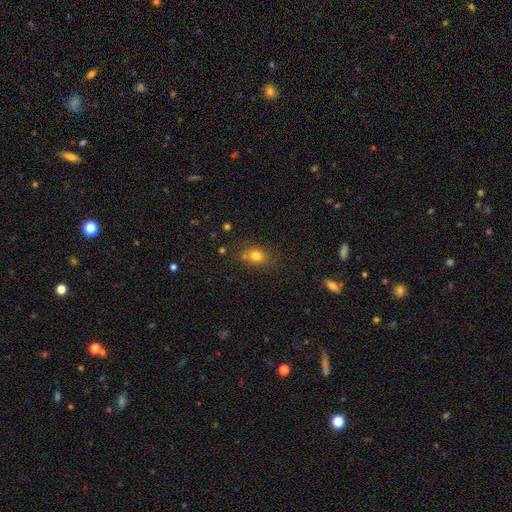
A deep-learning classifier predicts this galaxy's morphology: Smooth or featured?
  - smooth: 76% *
  - star or artifact: 14%
  - featured or disk: 10%
How rounded?
  - in between: 51% *
  - round: 47%
  - cigar-shaped: 2%
Merging?
  - none: 67% *
  - minor disturbance: 17%
  - merger: 11%
  - major disturbance: 5%